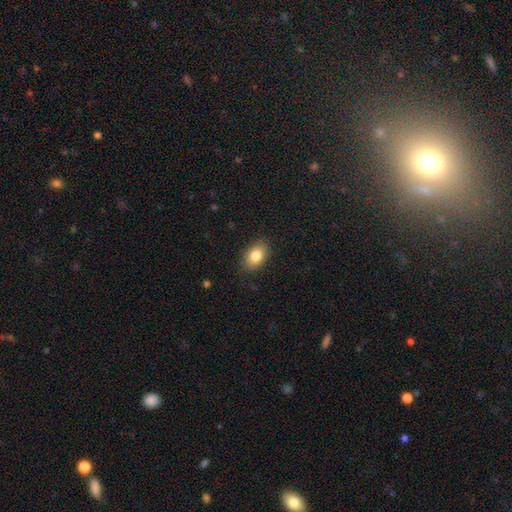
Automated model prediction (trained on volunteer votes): Overall: smooth (83%). How rounded: in between (86%). Merging: none (85%).